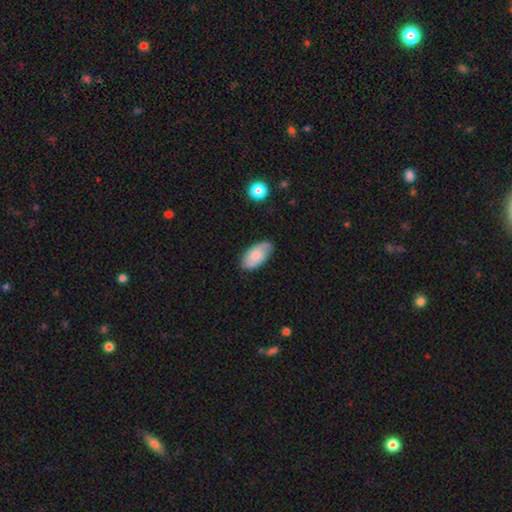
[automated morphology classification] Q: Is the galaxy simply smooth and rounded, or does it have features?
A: smooth — 56%.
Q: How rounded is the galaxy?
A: in between — 94%.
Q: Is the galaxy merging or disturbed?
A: none — 72%.